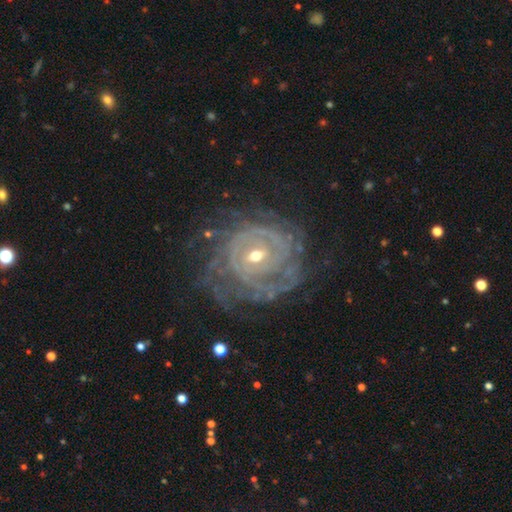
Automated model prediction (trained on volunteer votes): A featured or disk galaxy (87%) with no bar (48%), tight (81%) spiral arms (94%) and a small central bulge (51%). Merging: none (70%).